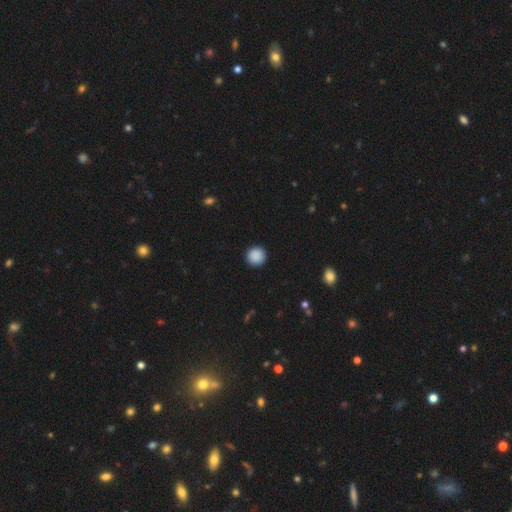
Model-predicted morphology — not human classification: smooth-or-featured: smooth: 89% | star or artifact: 9% | featured or disk: 2%
  how-rounded: round: 96% | in between: 3% | cigar-shaped: 1%
  merging: none: 93% | minor disturbance: 4% | major disturbance: 2% | merger: 1%